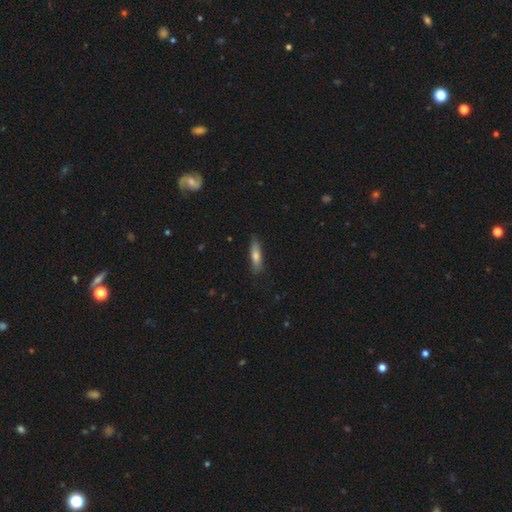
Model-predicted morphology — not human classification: Smooth or featured?
  - smooth: 64% *
  - featured or disk: 29%
  - star or artifact: 7%
How rounded?
  - cigar-shaped: 69% *
  - in between: 28%
  - round: 2%
Merging?
  - none: 84% *
  - minor disturbance: 13%
  - major disturbance: 2%
  - merger: 1%